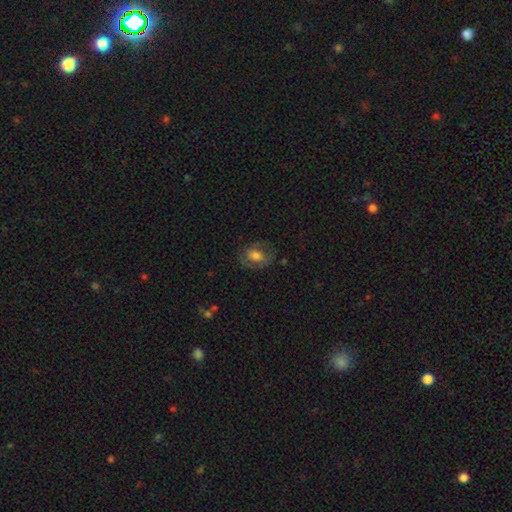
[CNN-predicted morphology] The model was most divided on "smooth or featured": smooth: 50%, featured or disk: 42%, star or artifact: 8%. More confident: merging — none (65%).